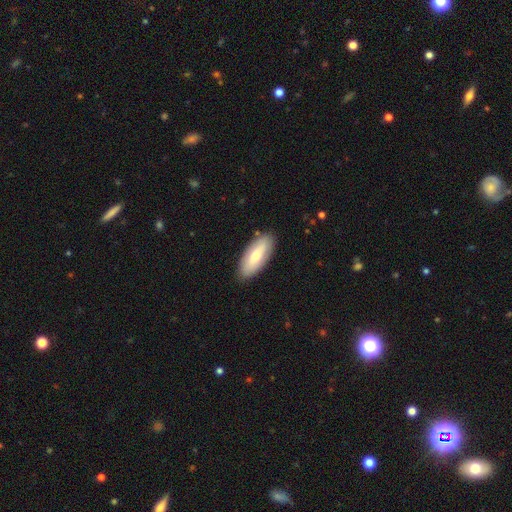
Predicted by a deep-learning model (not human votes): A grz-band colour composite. It shows a smooth galaxy with no disk features (64%) that is in between round and cigar-shaped (80%). Merging: none (88%).